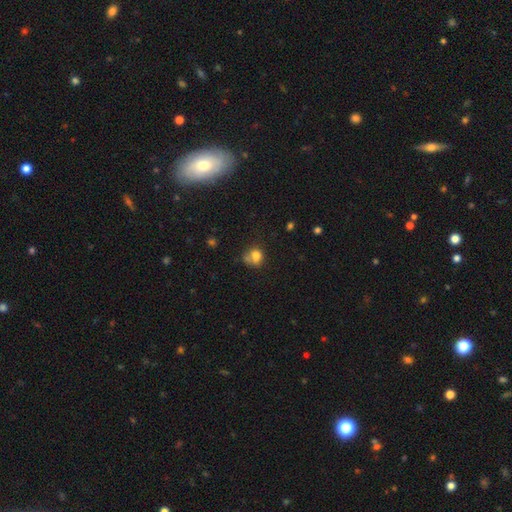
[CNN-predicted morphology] Smooth or featured? Predicted: smooth (p=0.74). How rounded? Predicted: round (p=0.66). Merging? Predicted: none (p=0.39).